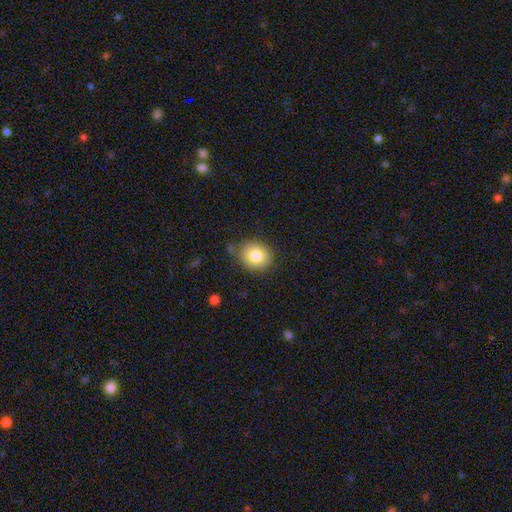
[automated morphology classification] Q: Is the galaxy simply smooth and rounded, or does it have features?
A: smooth — 81%.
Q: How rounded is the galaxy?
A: round — 76%.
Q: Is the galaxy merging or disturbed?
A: none — 81%.